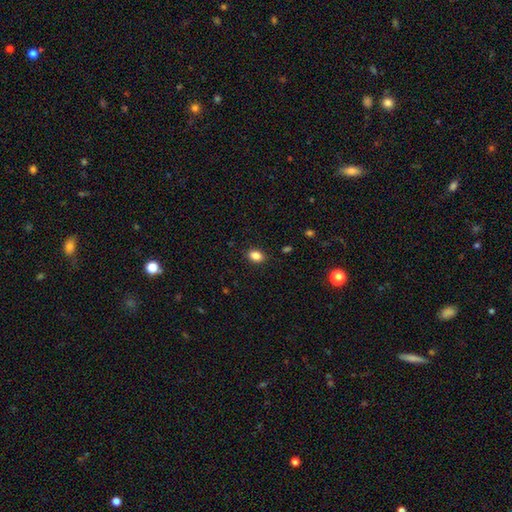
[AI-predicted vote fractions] This appears to be a smooth galaxy with no disk features (86%) that is in between round and cigar-shaped (75%). Merging: none (89%).